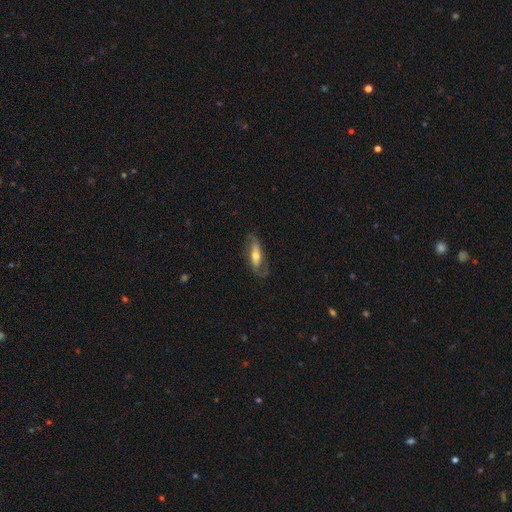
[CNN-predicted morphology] A featured or disk galaxy (62%). Merging: none (66%).